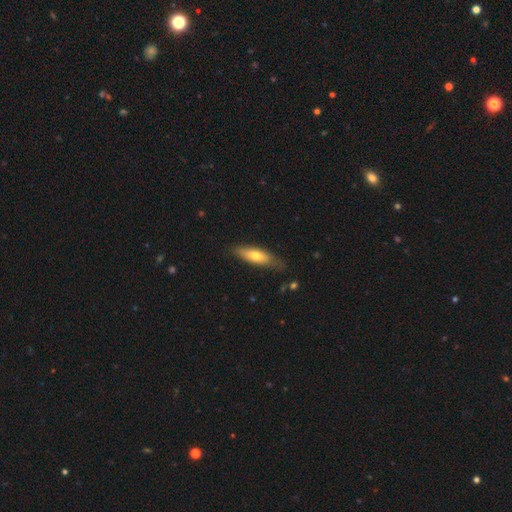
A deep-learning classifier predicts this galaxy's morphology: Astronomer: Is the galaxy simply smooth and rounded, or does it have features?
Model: smooth — 65%.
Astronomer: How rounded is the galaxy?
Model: cigar-shaped — 54% (runner-up: in between, 44%).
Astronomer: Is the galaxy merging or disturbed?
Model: none — 75%.